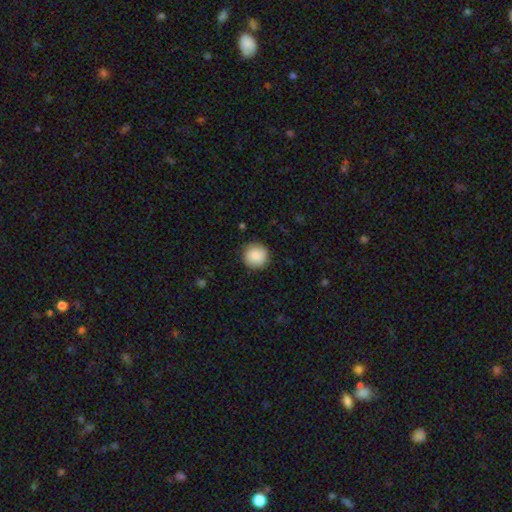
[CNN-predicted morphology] Overall: smooth (86%). How rounded: round (94%). Merging: none (88%).